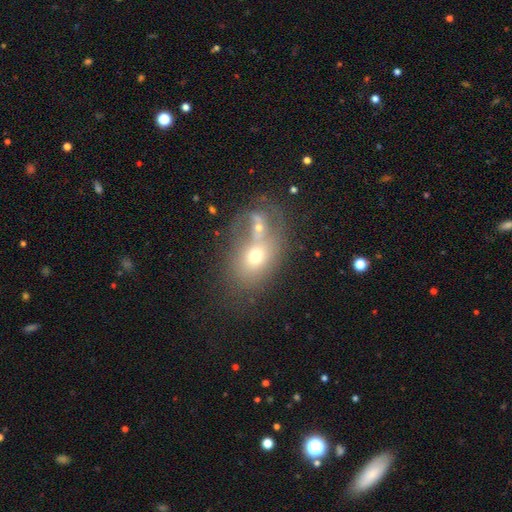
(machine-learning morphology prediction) A smooth galaxy with no disk features (57%) that is in between round and cigar-shaped (61%).

Vote fractions:
- Smooth or featured? smooth: 57% / featured or disk: 31% / star or artifact: 12%
- How rounded? in between: 61% / round: 37% / cigar-shaped: 2%
- Merging? merger: 61% / none: 21% / major disturbance: 9% / minor disturbance: 9%